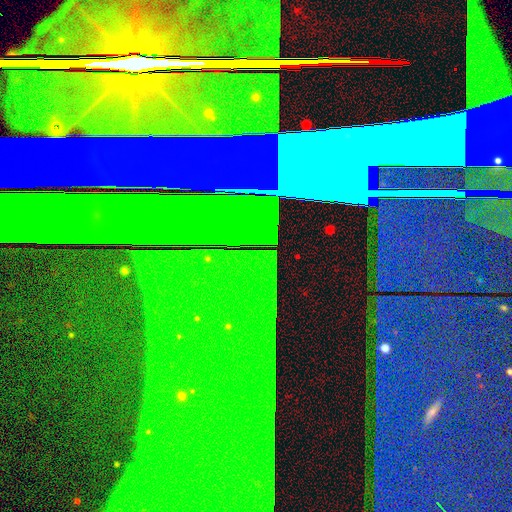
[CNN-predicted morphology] This is clearly a star or artifact rather than a galaxy (85%).